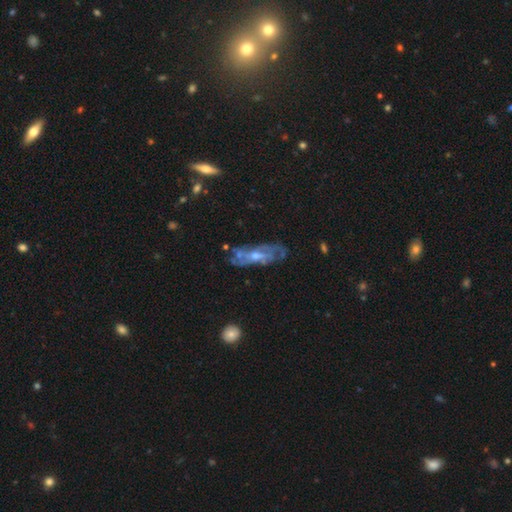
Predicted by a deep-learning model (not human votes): smooth_or_featured: featured or disk (p=0.77) [alt: smooth p=0.16]
disk_edge_on: no (p=0.83) [alt: yes p=0.17]
bar: no (p=0.56) [alt: weak p=0.35]
has_spiral_arms: yes (p=0.76) [alt: no p=0.24]
bulge_size: moderate (p=0.51) [alt: small p=0.43]
merging: none (p=0.61) [alt: minor disturbance p=0.22]